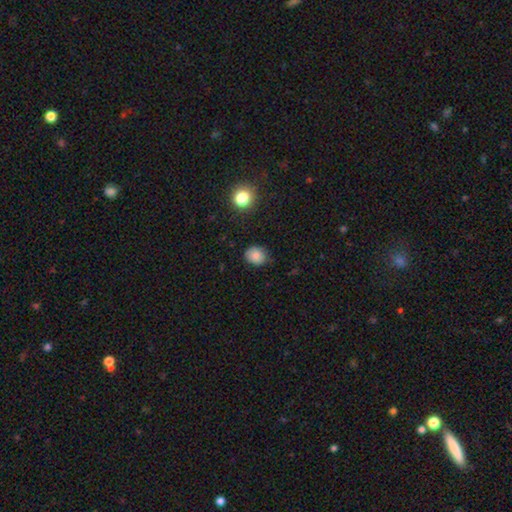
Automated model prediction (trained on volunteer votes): smooth 85%, star or artifact 10%, featured or disk 5%. Down the decision tree: how rounded — round (63%); merging — none (79%).